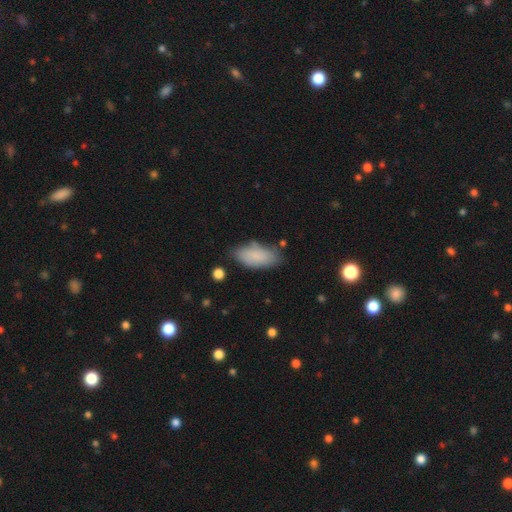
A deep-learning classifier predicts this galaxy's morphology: Smooth or featured? Predicted: smooth (p=0.83). How rounded? Predicted: in between (p=0.88). Merging? Predicted: none (p=0.68).